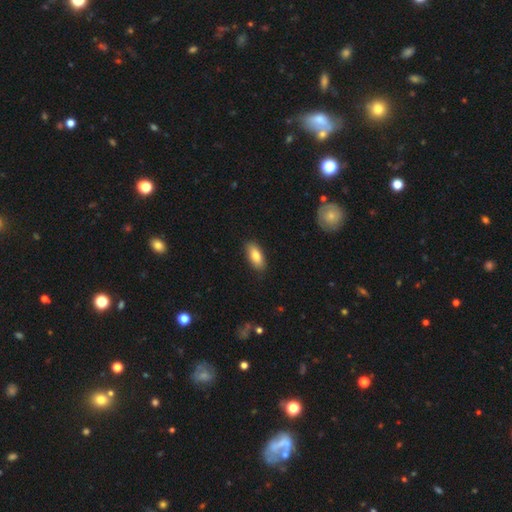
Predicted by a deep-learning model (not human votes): smooth 80%, featured or disk 14%, star or artifact 6%. Down the decision tree: how rounded — in between (85%); merging — none (88%).